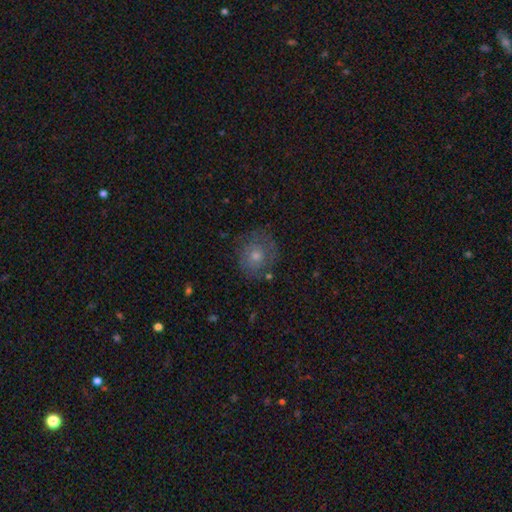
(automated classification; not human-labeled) smooth_or_featured: smooth (p=0.55) [alt: featured or disk p=0.34]
how_rounded: round (p=0.81) [alt: in between p=0.18]
merging: none (p=0.71) [alt: minor disturbance p=0.19]